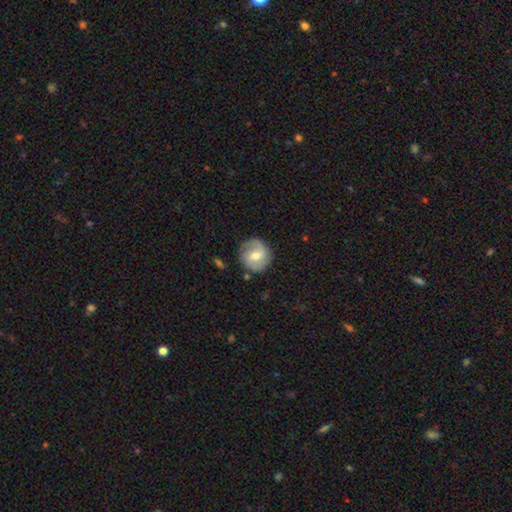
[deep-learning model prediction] Smooth or featured: featured or disk — 48% (smooth — 45%)
Merging: none — 80% (minor disturbance — 13%)